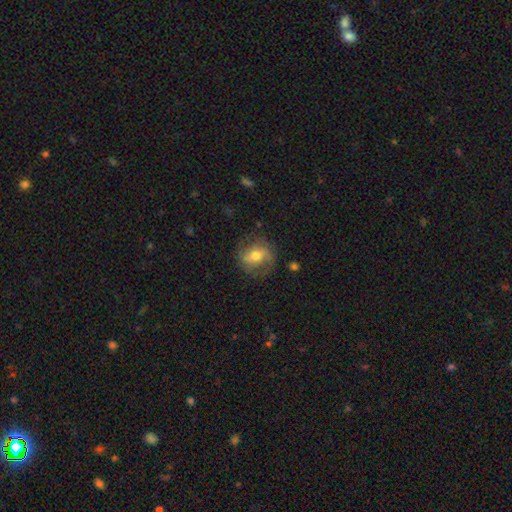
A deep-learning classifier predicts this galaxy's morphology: type=featured or disk (53%); edge-on=no (95%); bar=weak (42%); spiral arms=yes (76%); bulge=moderate (68%); merging=none (72%).